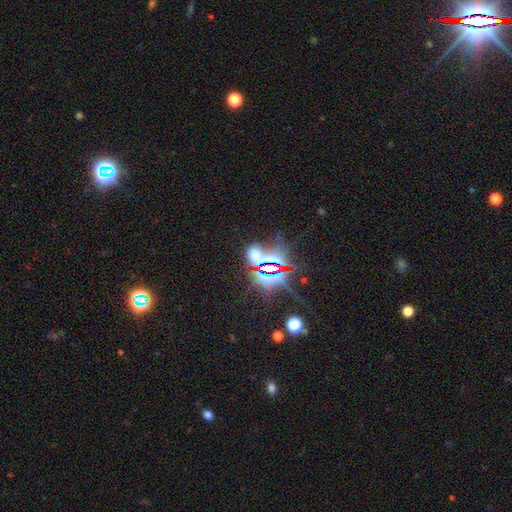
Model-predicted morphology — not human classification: Overall: star or artifact (63%; smooth 27%).